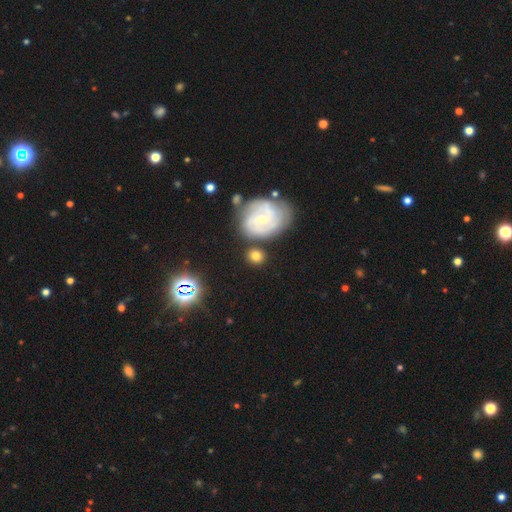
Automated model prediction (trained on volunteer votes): Overall: smooth (61%; featured or disk 28%). How rounded: round (73%). Merging: none (71%).